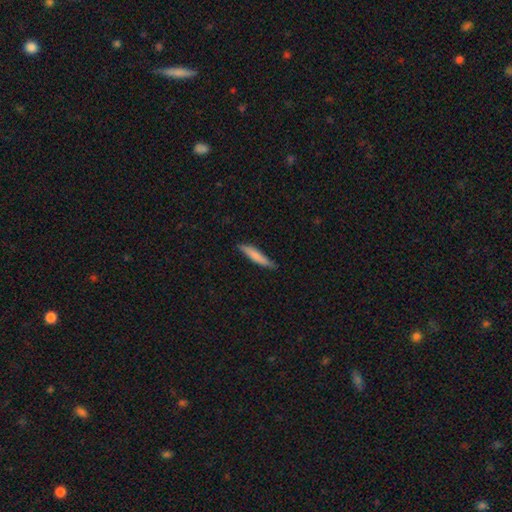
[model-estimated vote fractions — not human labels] Smooth or featured? smooth (77%)
How rounded? cigar-shaped (90%)
Merging? none (83%)